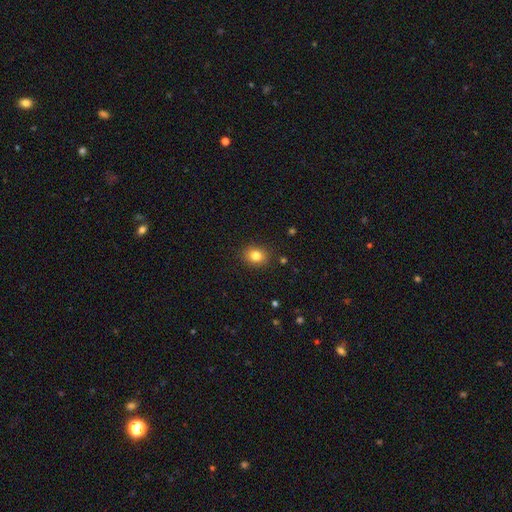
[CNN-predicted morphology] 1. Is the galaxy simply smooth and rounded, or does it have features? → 82% smooth, 11% star or artifact, 7% featured or disk.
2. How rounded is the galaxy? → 54% round, 45% in between, 1% cigar-shaped.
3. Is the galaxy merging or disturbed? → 88% none, 8% minor disturbance, 2% major disturbance, 1% merger.